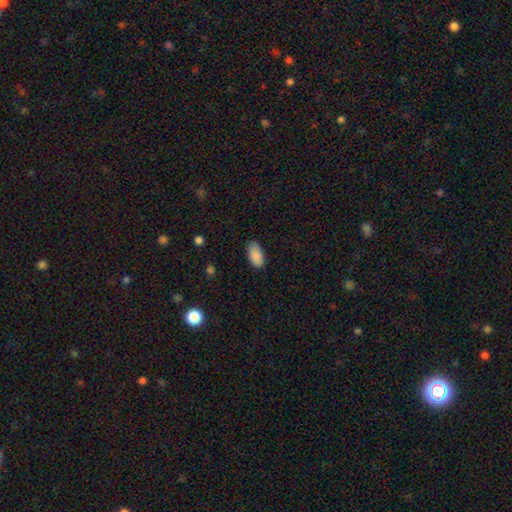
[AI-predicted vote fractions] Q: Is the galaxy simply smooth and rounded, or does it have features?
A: smooth — 89%.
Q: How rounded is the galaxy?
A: in between — 93%.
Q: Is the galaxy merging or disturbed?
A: none — 81%.